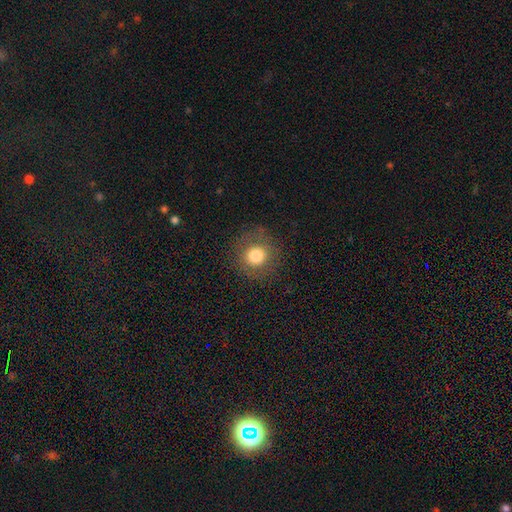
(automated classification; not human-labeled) A smooth galaxy with no disk features (78%) that is round (91%). Merging: none (84%).